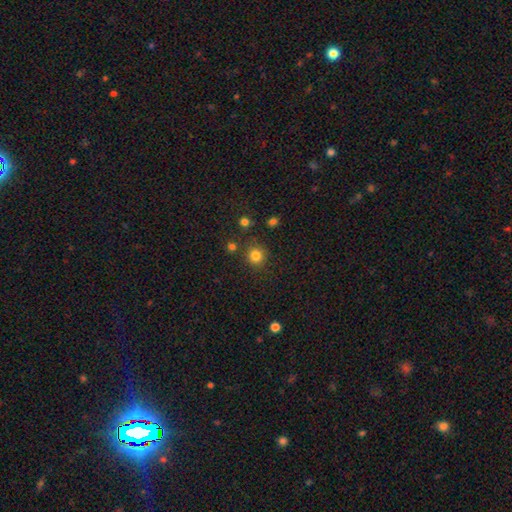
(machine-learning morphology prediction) A smooth galaxy with no disk features (82%) that is round (92%). Merging: none (85%).